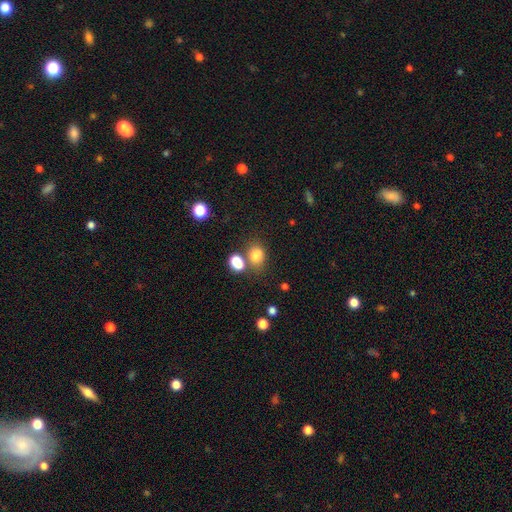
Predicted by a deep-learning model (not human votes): Smooth or featured? Predicted: smooth (p=0.78). How rounded? Predicted: in between (p=0.53). Merging? Predicted: none (p=0.58).